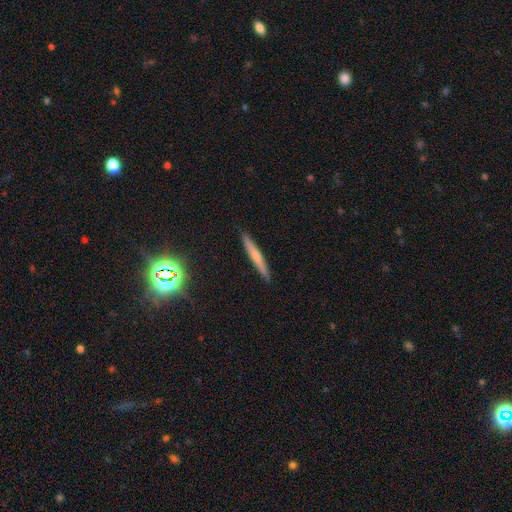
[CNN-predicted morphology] This is possibly a smooth galaxy (51%). How rounded: clearly cigar-shaped (95%). Merging: clearly none (91%).